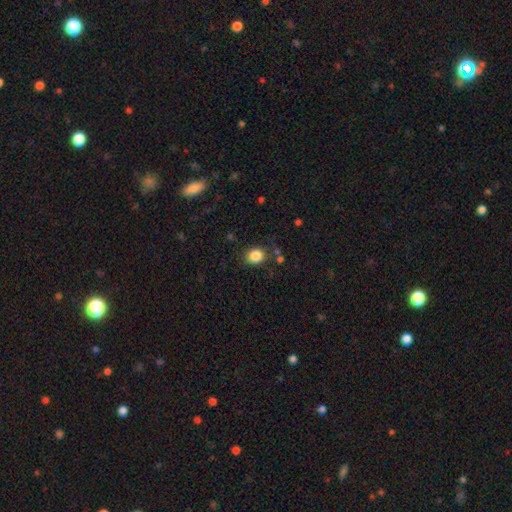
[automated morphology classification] smooth 85%, star or artifact 10%, featured or disk 5%. Down the decision tree: how rounded — round (66%); merging — none (80%).